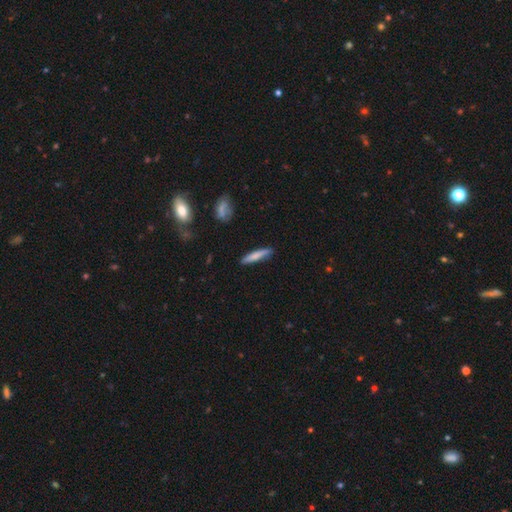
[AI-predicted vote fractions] A smooth galaxy with no disk features (73%) that is cigar-shaped (90%). Merging: none (87%).